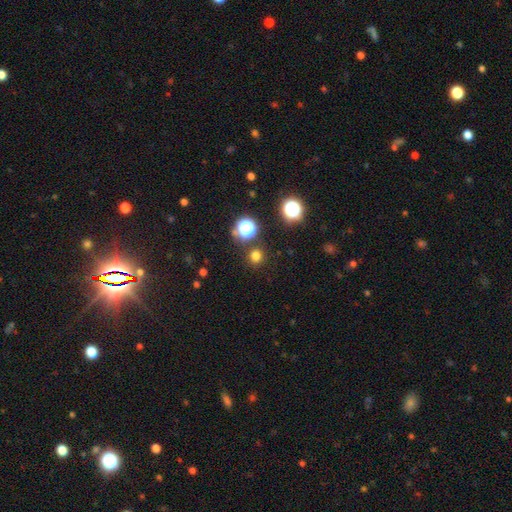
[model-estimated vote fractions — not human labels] Q: Smooth or featured?
A: smooth (73%); runner-up: star or artifact (22%)
Q: How rounded?
A: round (95%); runner-up: in between (4%)
Q: Merging?
A: none (89%); runner-up: minor disturbance (6%)